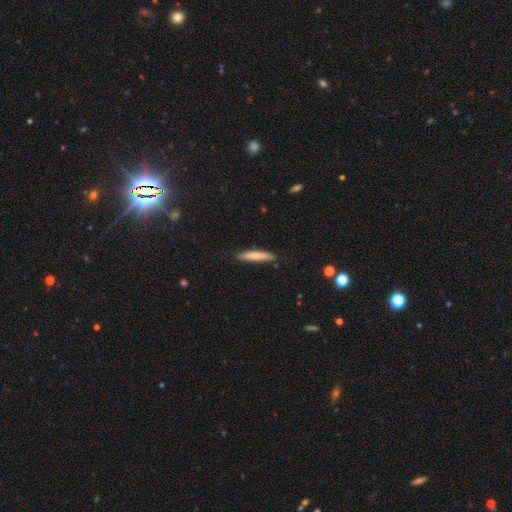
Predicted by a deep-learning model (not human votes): This appears to be a smooth galaxy with no disk features (72%) that is cigar-shaped (88%). Merging: none (87%).